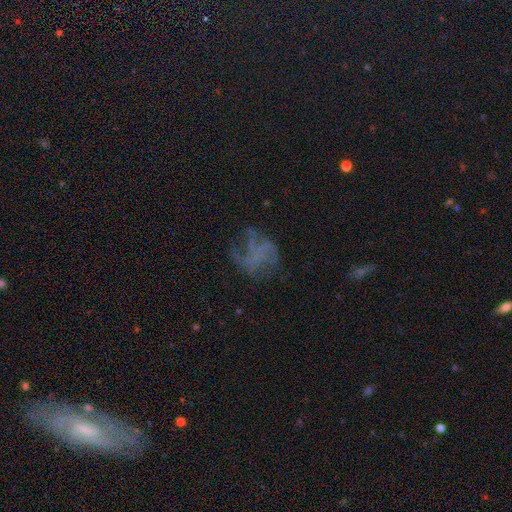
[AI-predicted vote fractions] Smooth or featured? Predicted: featured or disk (p=0.57). Edge-on disk? Predicted: no (p=0.98). Bar? Predicted: no (p=0.83). Spiral arms? Predicted: no (p=0.55). Bulge size? Predicted: none (p=0.82). Merging? Predicted: none (p=0.48).